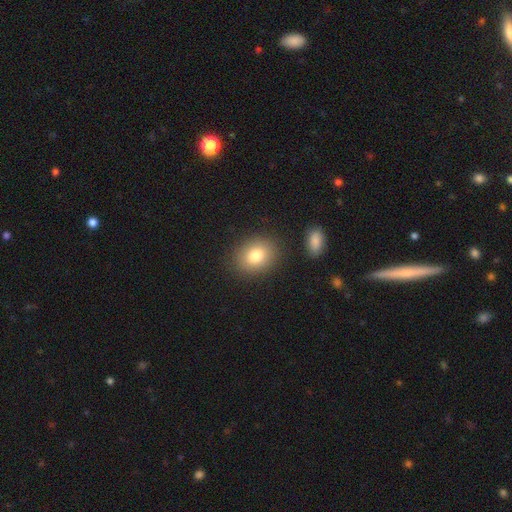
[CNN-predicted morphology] The model was most divided on "how rounded": in between: 50%, round: 49%, cigar-shaped: 1%. More confident: merging — none (85%); smooth or featured — smooth (81%).